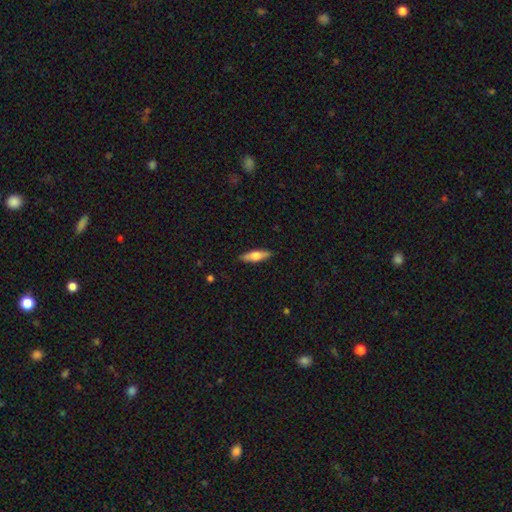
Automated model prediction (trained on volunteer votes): Smooth or featured? Predicted: smooth (p=0.55). How rounded? Predicted: cigar-shaped (p=0.56). Merging? Predicted: none (p=0.89).